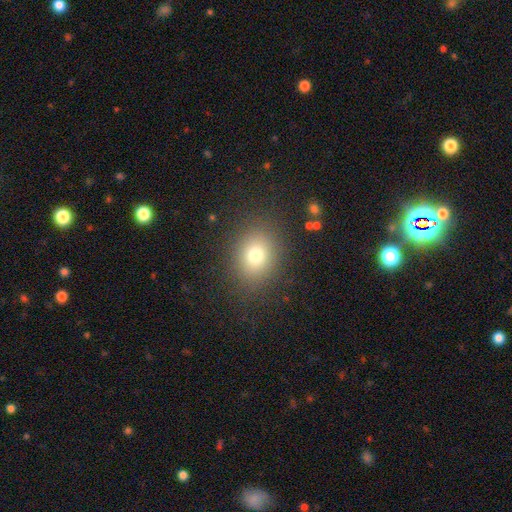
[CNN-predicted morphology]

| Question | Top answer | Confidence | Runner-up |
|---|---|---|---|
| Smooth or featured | smooth | 75% | star or artifact (15%) |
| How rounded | round | 60% | in between (39%) |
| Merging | none | 86% | minor disturbance (8%) |